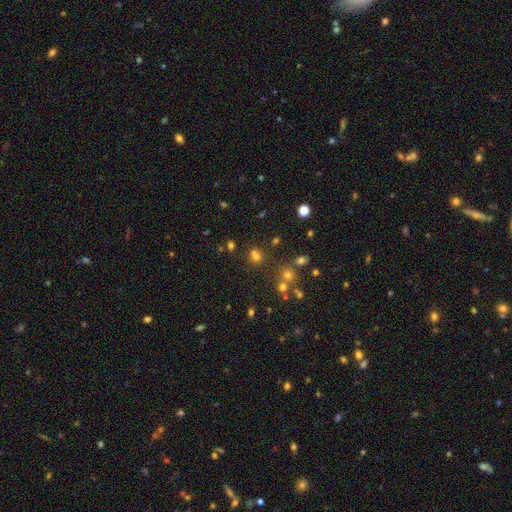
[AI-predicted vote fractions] The model was most divided on "smooth or featured": smooth: 56%, star or artifact: 34%, featured or disk: 10%. More confident: how rounded — round (63%); merging — none (63%).